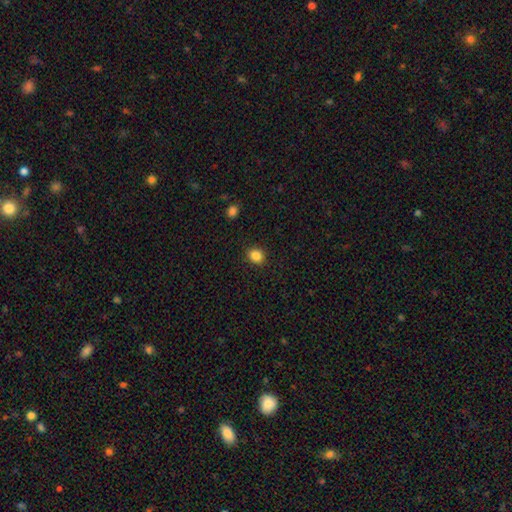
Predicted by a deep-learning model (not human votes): A smooth galaxy with no disk features (85%) that is round (72%).

Vote fractions:
- Smooth or featured? smooth: 85% / star or artifact: 11% / featured or disk: 4%
- How rounded? round: 72% / in between: 27% / cigar-shaped: 1%
- Merging? none: 90% / minor disturbance: 7% / major disturbance: 2% / merger: 1%